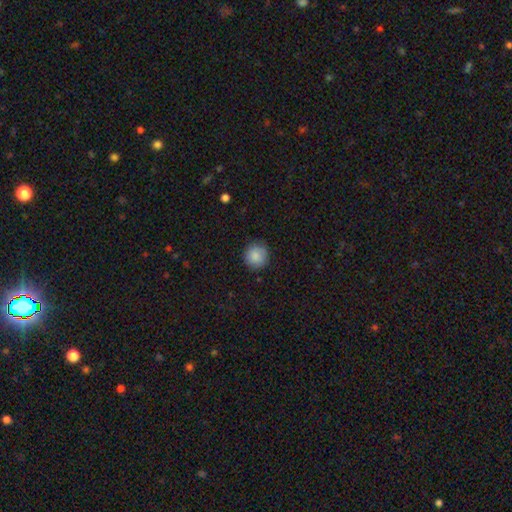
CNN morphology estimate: A smooth galaxy with no disk features (86%) that is round (93%).

Vote fractions:
- Smooth or featured? smooth: 86% / star or artifact: 8% / featured or disk: 6%
- How rounded? round: 93% / in between: 6% / cigar-shaped: 1%
- Merging? none: 86% / minor disturbance: 11% / major disturbance: 3% / merger: 1%